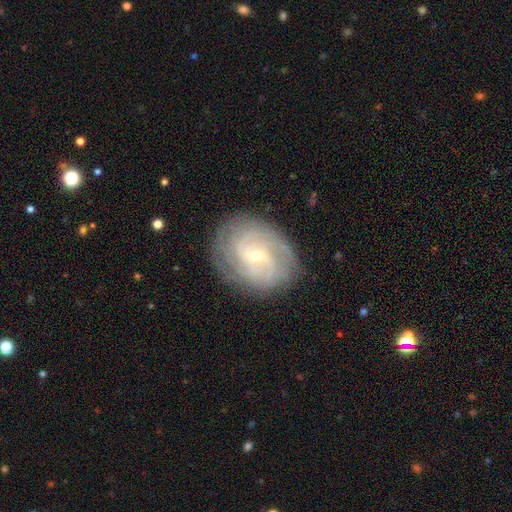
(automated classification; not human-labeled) featured or disk 85%, smooth 9%, star or artifact 6%. Down the decision tree: edge-on disk — no (97%); bar — weak (51%); spiral arms — yes (96%); spiral arm count — can't tell (30%); spiral winding — tight (67%); bulge size — small (61%); merging — none (82%).